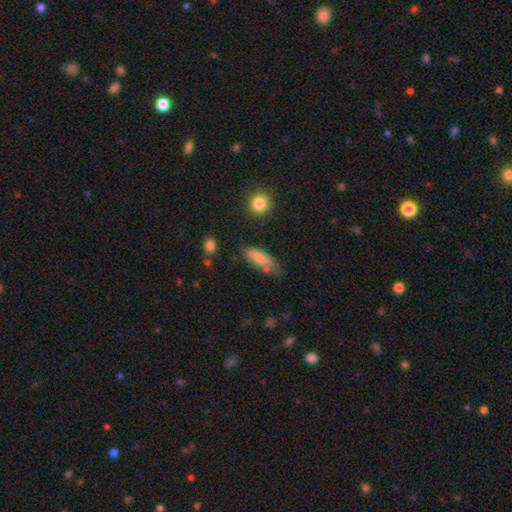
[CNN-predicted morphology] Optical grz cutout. It shows a smooth galaxy with no disk features (70%) that is in between round and cigar-shaped (58%). Merging: none (58%).